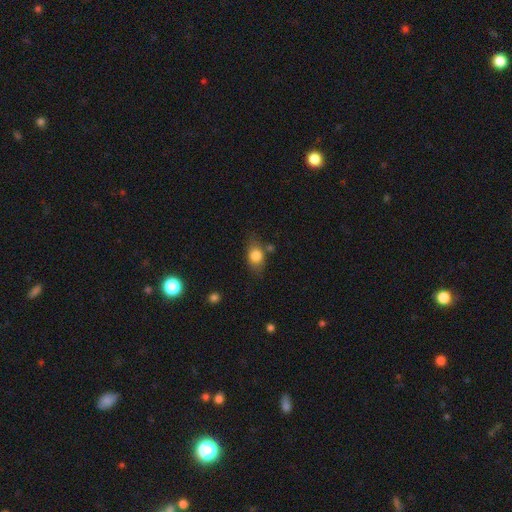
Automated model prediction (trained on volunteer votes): This appears to be a smooth galaxy with no disk features (79%) that is in between round and cigar-shaped (70%). Merging: none (67%).